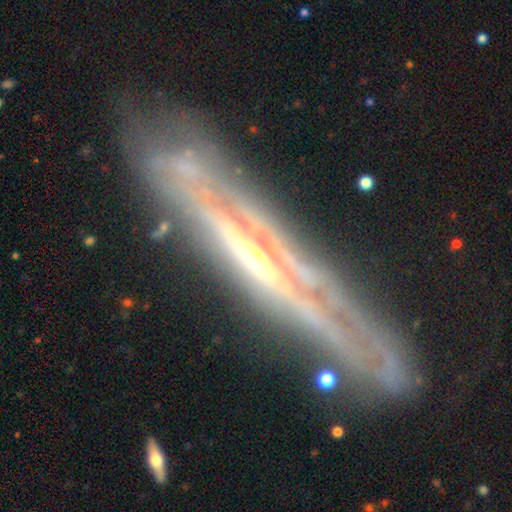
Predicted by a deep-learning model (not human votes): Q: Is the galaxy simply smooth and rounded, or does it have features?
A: featured or disk — 79%.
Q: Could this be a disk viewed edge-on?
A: yes — 63%.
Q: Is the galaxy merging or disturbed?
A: none — 81%.